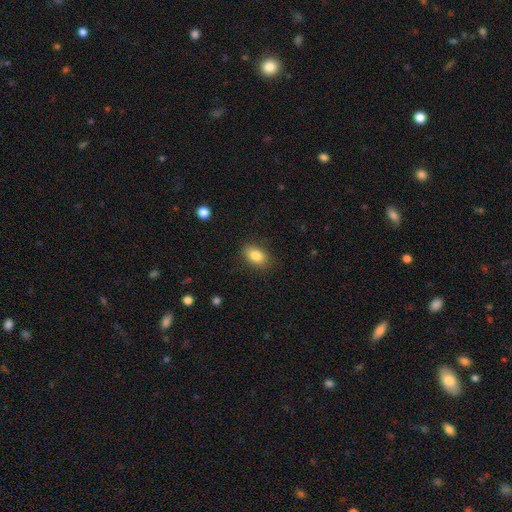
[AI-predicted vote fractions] smooth_or_featured: smooth (p=0.85) [alt: star or artifact p=0.08]
how_rounded: in between (p=0.86) [alt: round p=0.13]
merging: none (p=0.86) [alt: minor disturbance p=0.10]